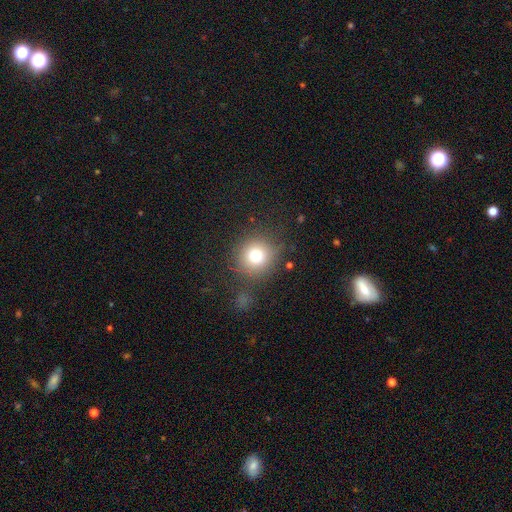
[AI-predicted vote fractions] Smooth or featured: smooth — 76% (star or artifact — 14%)
How rounded: round — 92% (in between — 8%)
Merging: none — 80% (minor disturbance — 11%)